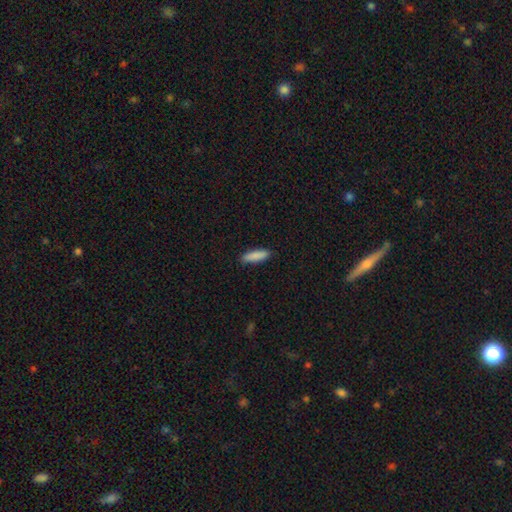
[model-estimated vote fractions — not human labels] Overall: smooth (88%). How rounded: cigar-shaped (65%; in between 34%). Merging: none (89%).